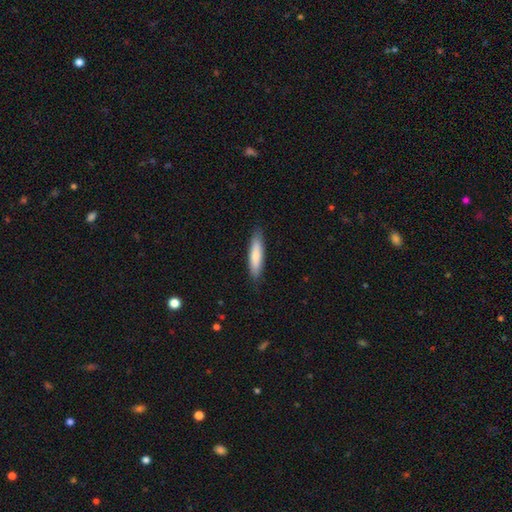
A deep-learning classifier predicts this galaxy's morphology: smooth-or-featured: smooth: 79% | featured or disk: 16% | star or artifact: 5%
  how-rounded: cigar-shaped: 76% | in between: 23% | round: 1%
  merging: none: 86% | minor disturbance: 11% | major disturbance: 2% | merger: 1%